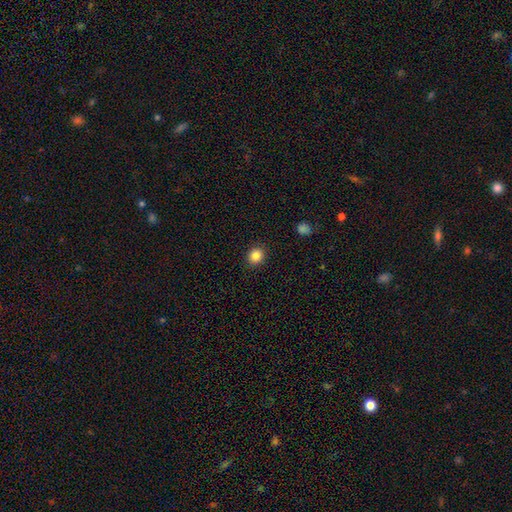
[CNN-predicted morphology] The model was most divided on "how rounded": round: 78%, in between: 22%, cigar-shaped: 1%. More confident: merging — none (91%); smooth or featured — smooth (85%).